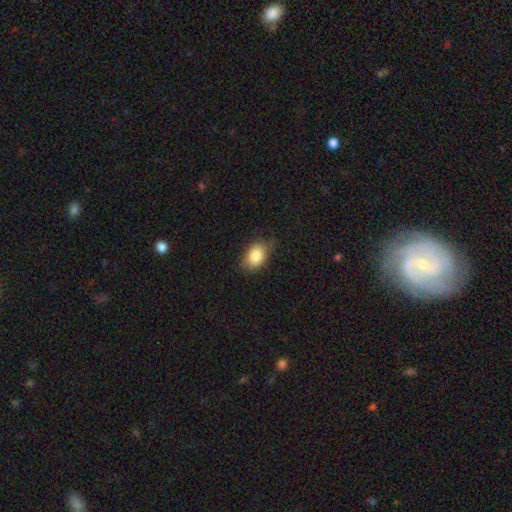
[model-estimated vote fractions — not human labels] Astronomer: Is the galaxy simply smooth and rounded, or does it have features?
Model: smooth — 84%.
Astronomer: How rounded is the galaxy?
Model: in between — 80%.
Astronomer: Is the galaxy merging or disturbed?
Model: none — 74%.